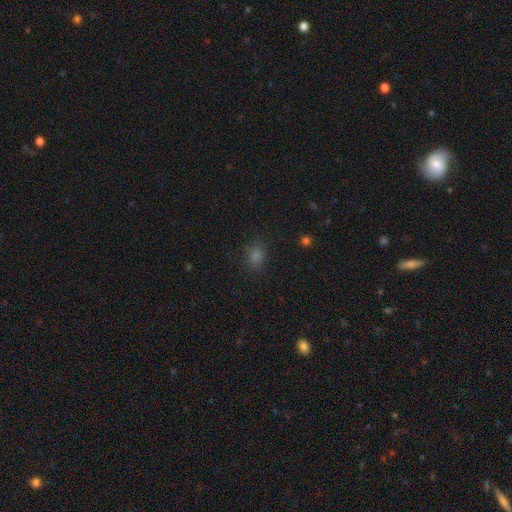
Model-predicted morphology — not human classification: This appears to be a smooth galaxy with no disk features (74%) that is in between round and cigar-shaped (54%). Merging: none (85%).